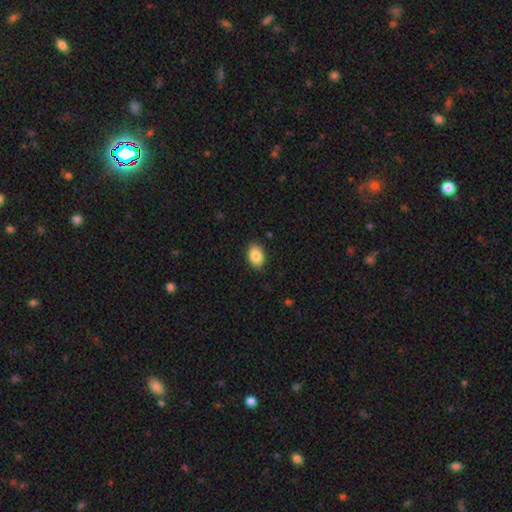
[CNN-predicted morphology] smooth 87%, star or artifact 8%, featured or disk 6%. Down the decision tree: how rounded — in between (80%); merging — none (87%).